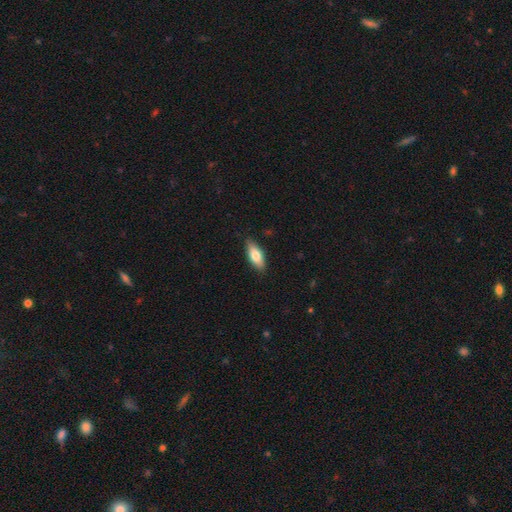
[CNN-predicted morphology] smooth_or_featured: smooth (p=0.73) [alt: featured or disk p=0.21]
how_rounded: in between (p=0.77) [alt: cigar-shaped p=0.21]
merging: none (p=0.86) [alt: minor disturbance p=0.11]